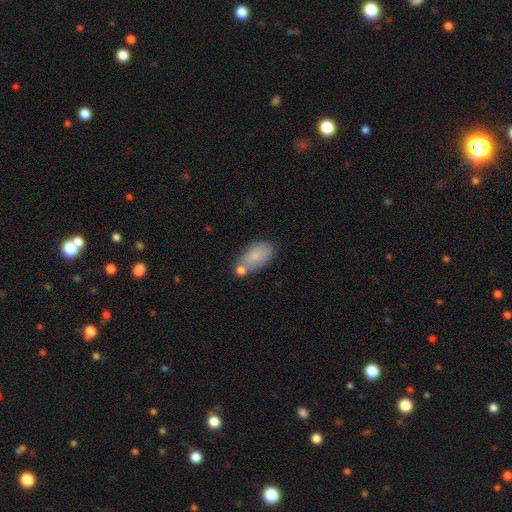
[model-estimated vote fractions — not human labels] Smooth or featured? smooth (81%)
How rounded? in between (91%)
Merging? none (53%)